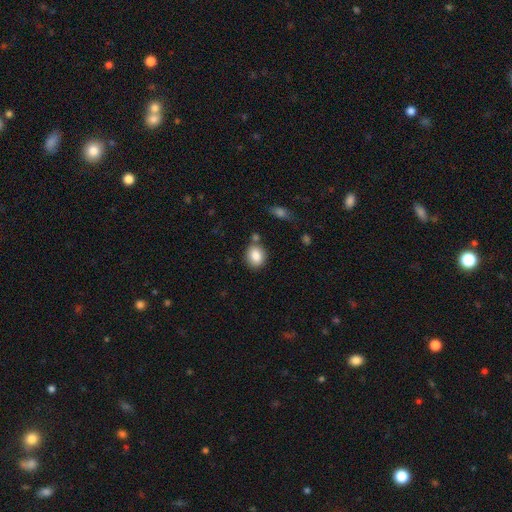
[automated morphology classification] type=smooth (86%); roundness=round (56%); merging=none (74%).